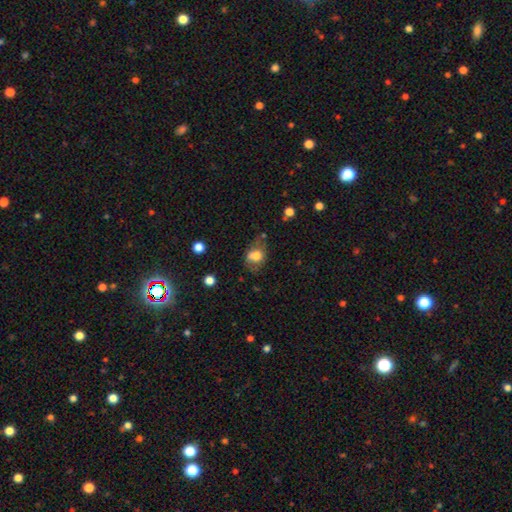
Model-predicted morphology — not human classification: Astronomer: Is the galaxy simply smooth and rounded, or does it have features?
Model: smooth — 68%.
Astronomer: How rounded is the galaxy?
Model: in between — 64%.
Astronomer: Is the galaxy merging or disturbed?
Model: none — 46% (runner-up: minor disturbance, 28%).